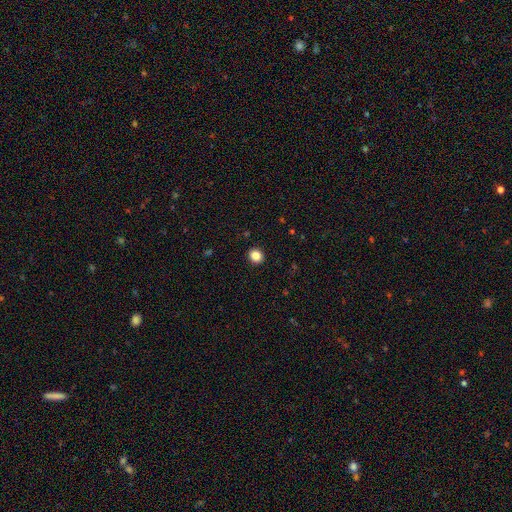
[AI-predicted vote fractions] The model was most divided on "how rounded": round: 79%, in between: 20%, cigar-shaped: 1%. More confident: merging — none (92%); smooth or featured — smooth (86%).